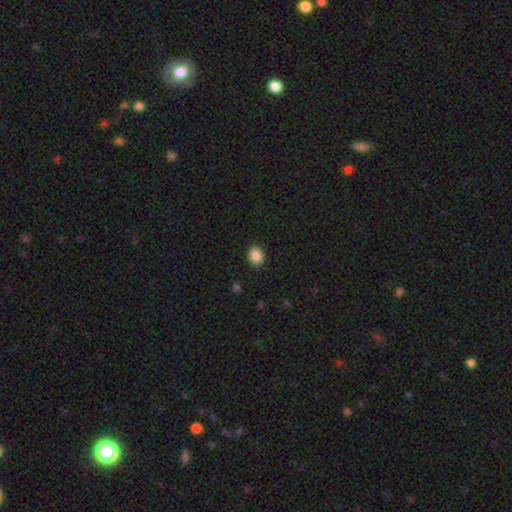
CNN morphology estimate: Overall: smooth (88%). How rounded: in between (52%; round 47%). Merging: none (89%).